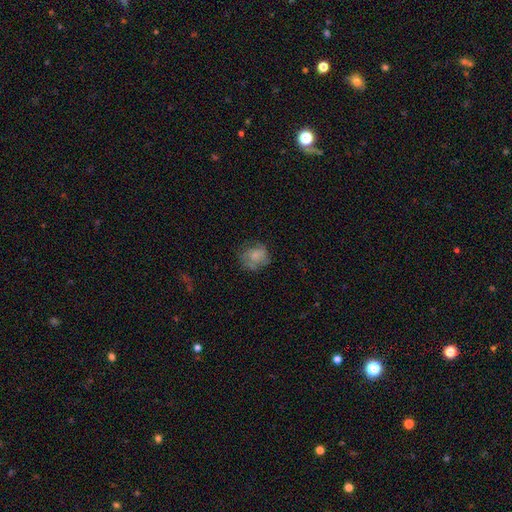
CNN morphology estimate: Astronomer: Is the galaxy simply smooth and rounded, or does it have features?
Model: smooth — 59%.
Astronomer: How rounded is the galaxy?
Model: round — 66%.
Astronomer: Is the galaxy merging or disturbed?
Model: none — 55%.